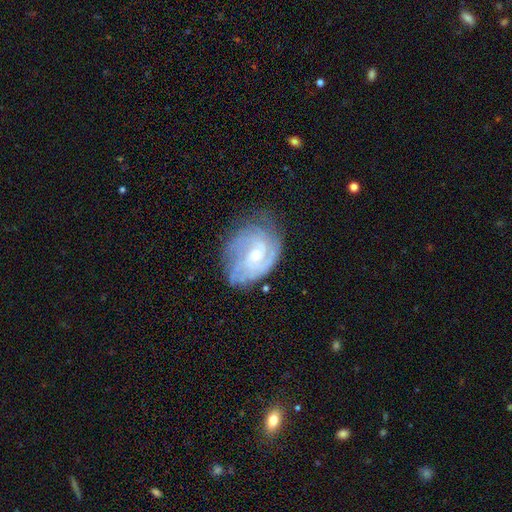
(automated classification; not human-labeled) Smooth or featured?
  - featured or disk: 82% *
  - smooth: 12%
  - star or artifact: 6%
Edge-on disk?
  - no: 97% *
  - yes: 3%
Bar?
  - no: 57% *
  - weak: 37%
  - strong: 6%
Spiral arms?
  - yes: 94% *
  - no: 6%
Spiral winding?
  - tight: 62% *
  - medium: 30%
  - loose: 8%
Spiral arm count?
  - can't tell: 38% *
  - 2: 24%
  - 3: 19%
  - 4: 9%
  - 1: 6%
  - more than 4: 5%
Bulge size?
  - small: 55% *
  - moderate: 40%
  - none: 2%
  - large: 2%
  - dominant: 1%
Merging?
  - none: 65% *
  - minor disturbance: 24%
  - major disturbance: 10%
  - merger: 2%